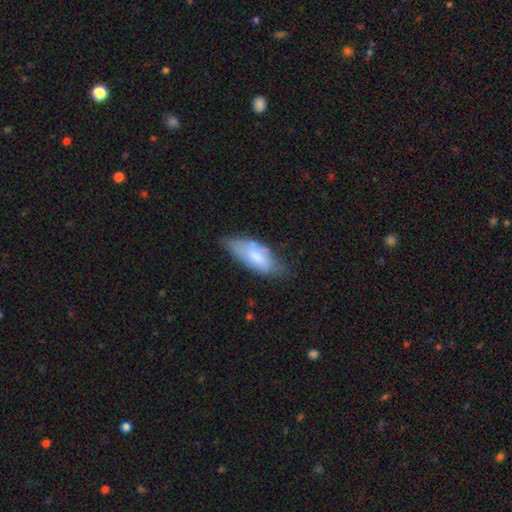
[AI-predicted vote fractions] Overall: smooth (68%). How rounded: in between (84%). Merging: none (49%; minor disturbance 38%).